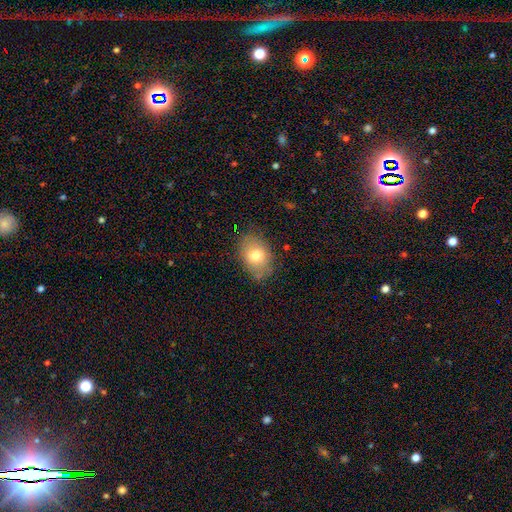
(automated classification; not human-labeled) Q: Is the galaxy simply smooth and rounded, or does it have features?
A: smooth — 75%.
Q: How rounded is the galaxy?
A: in between — 80%.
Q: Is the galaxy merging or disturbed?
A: none — 78%.